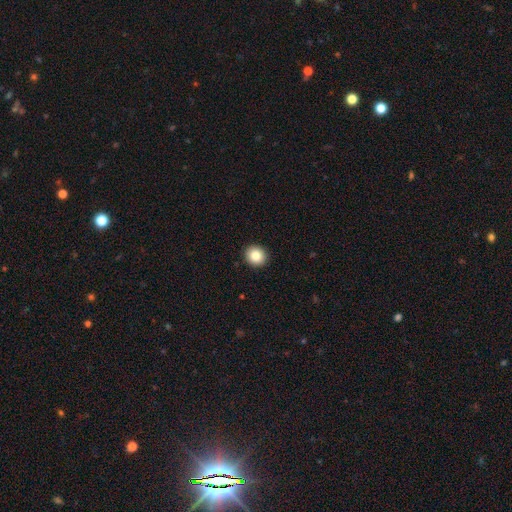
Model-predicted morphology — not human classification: smooth_or_featured: smooth (p=0.83) [alt: star or artifact p=0.10]
how_rounded: round (p=0.87) [alt: in between p=0.12]
merging: none (p=0.93) [alt: minor disturbance p=0.05]